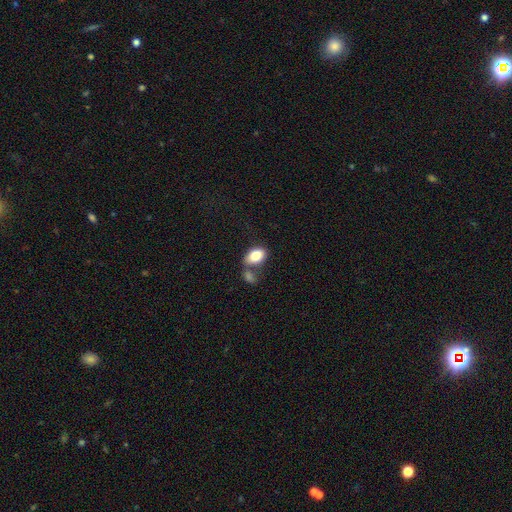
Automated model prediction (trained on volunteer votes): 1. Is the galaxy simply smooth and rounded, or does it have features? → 82% smooth, 11% featured or disk, 7% star or artifact.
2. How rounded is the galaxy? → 88% in between, 10% round, 1% cigar-shaped.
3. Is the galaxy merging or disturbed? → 47% none, 31% merger, 15% minor disturbance, 6% major disturbance.